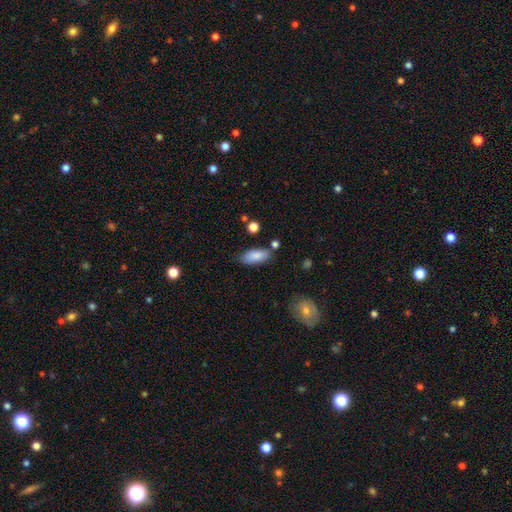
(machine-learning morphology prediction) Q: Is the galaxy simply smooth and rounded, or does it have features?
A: smooth — 85%.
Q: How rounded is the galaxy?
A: in between — 85%.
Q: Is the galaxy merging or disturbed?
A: none — 74%.